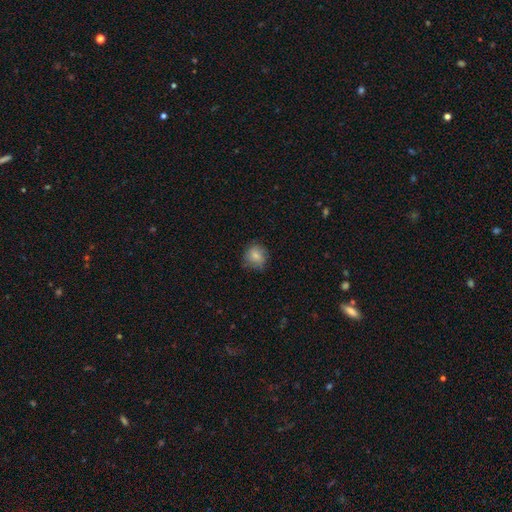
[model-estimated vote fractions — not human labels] smooth_or_featured: smooth (p=0.80) [alt: featured or disk p=0.11]
how_rounded: round (p=0.81) [alt: in between p=0.18]
merging: none (p=0.71) [alt: minor disturbance p=0.22]